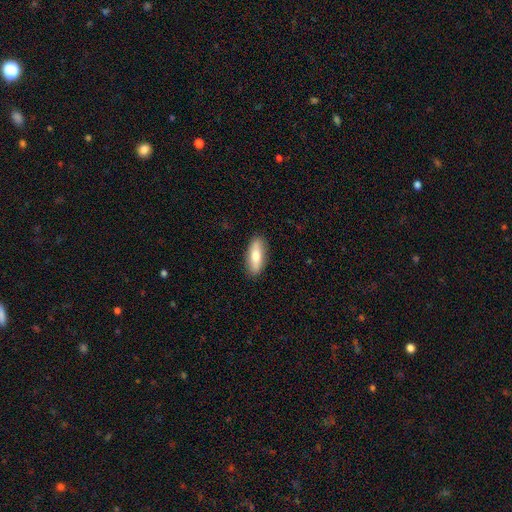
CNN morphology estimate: A smooth galaxy with no disk features (71%) that is in between round and cigar-shaped (64%).

Vote fractions:
- Smooth or featured? smooth: 71% / featured or disk: 23% / star or artifact: 6%
- How rounded? in between: 64% / cigar-shaped: 33% / round: 2%
- Merging? none: 88% / minor disturbance: 9% / major disturbance: 2% / merger: 1%